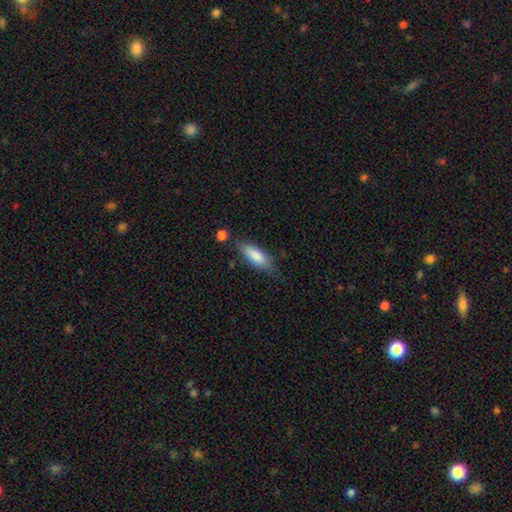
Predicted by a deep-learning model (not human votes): A smooth galaxy with no disk features (81%) that is in between round and cigar-shaped (65%). Merging: none (66%).